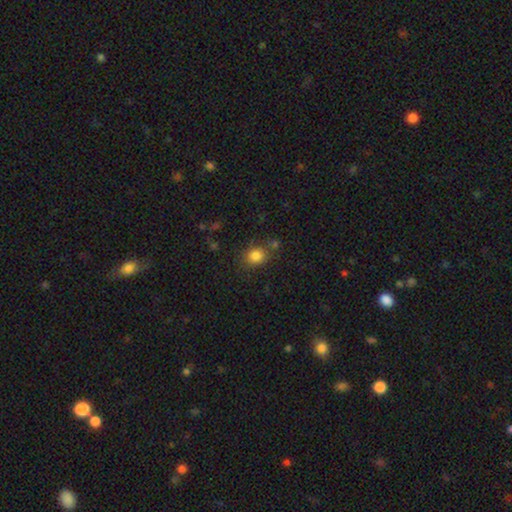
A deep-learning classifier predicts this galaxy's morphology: type=smooth (83%); roundness=round (64%); merging=none (72%).